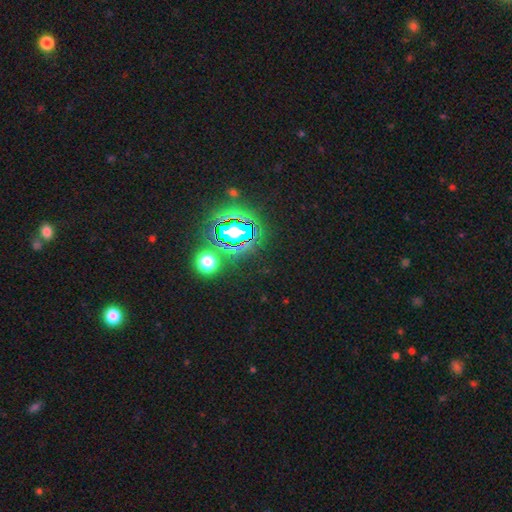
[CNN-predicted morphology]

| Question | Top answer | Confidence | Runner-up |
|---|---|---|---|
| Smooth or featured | star or artifact | 82% | smooth (11%) |